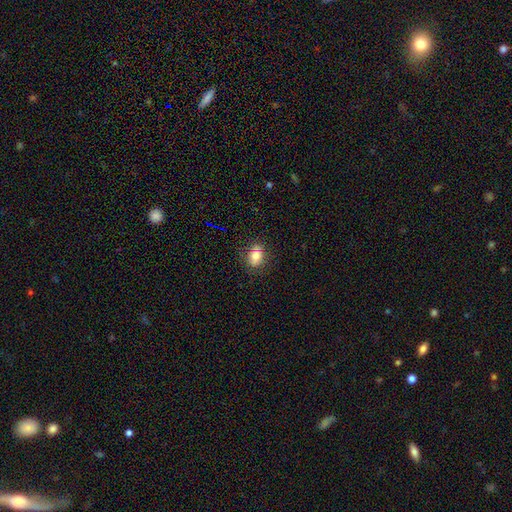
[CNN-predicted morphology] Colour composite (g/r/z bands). It shows a smooth galaxy with no disk features (73%) that is in between round and cigar-shaped (55%). Merging: none (76%).